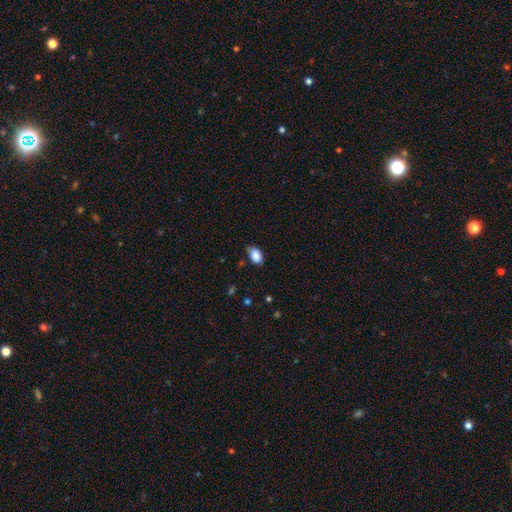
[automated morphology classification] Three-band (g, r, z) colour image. It shows a smooth galaxy with no disk features (88%) that is in between round and cigar-shaped (92%). Merging: none (65%).